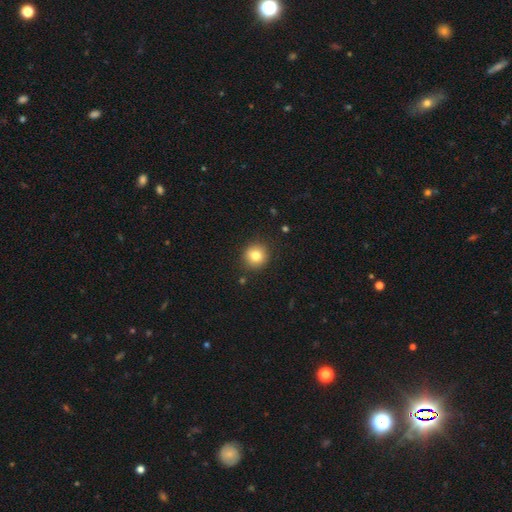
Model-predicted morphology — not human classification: This appears to be a smooth galaxy with no disk features (81%) that is round (92%). Merging: none (90%).